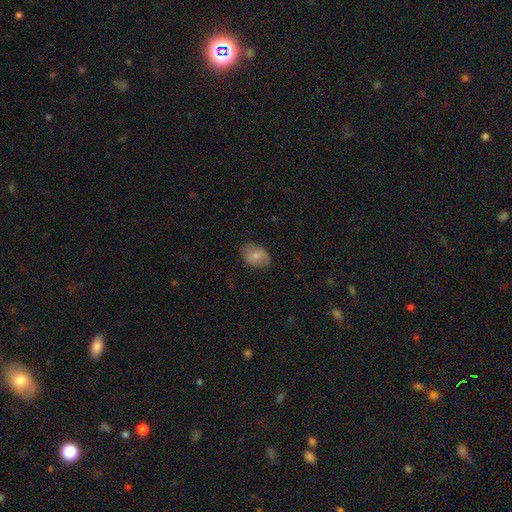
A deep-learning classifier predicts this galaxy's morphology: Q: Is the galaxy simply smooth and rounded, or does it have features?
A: smooth — 70%.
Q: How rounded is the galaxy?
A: in between — 78%.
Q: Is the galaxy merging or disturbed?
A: none — 81%.